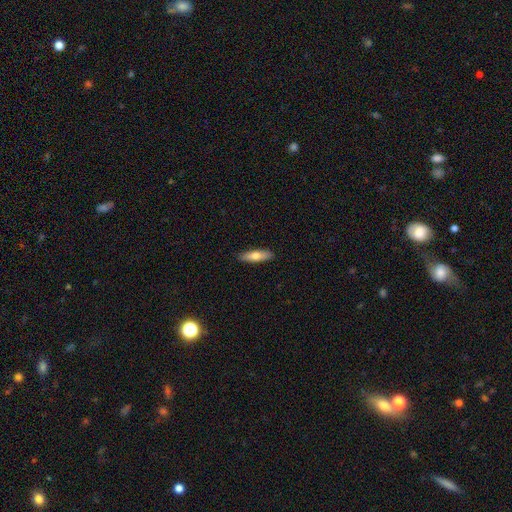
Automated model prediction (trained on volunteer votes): Q: Smooth or featured?
A: smooth (68%); runner-up: featured or disk (27%)
Q: How rounded?
A: cigar-shaped (59%); runner-up: in between (39%)
Q: Merging?
A: none (90%); runner-up: minor disturbance (7%)